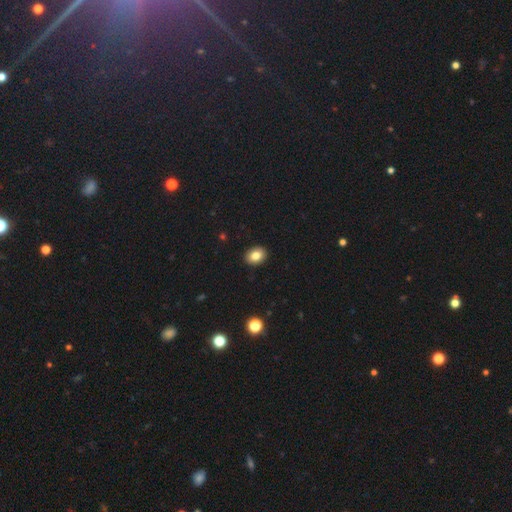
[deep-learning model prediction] Overall: smooth (82%). How rounded: in between (63%; round 36%). Merging: none (91%).